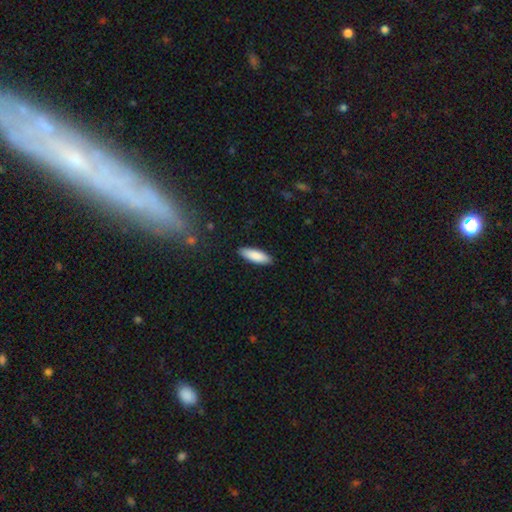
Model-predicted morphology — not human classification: Smooth or featured? smooth (87%)
How rounded? in between (54%)
Merging? none (89%)